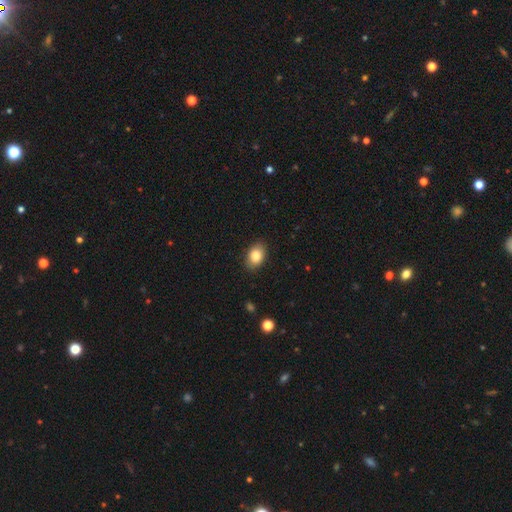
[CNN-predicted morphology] This is clearly a smooth galaxy (85%). How rounded: clearly in between (85%). Merging: clearly none (87%).